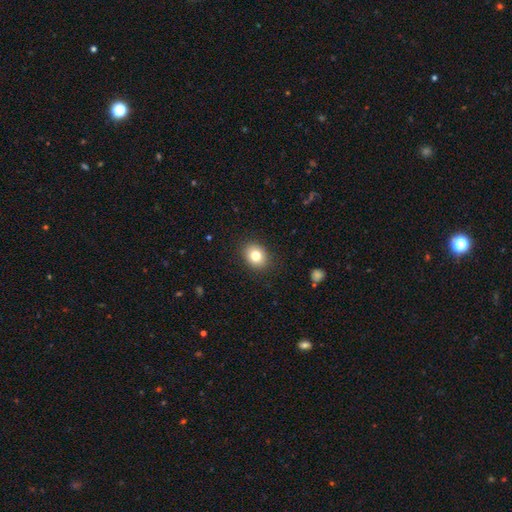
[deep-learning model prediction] A smooth galaxy with no disk features (81%) that is round (50%). Merging: none (89%).